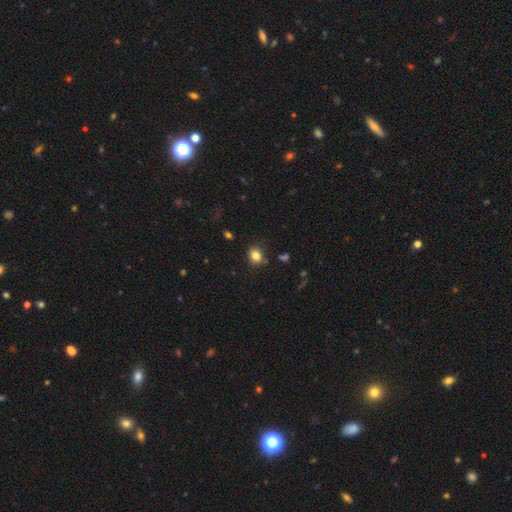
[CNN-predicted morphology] This appears to be a smooth galaxy with no disk features (82%) that is round (59%). Merging: none (83%).